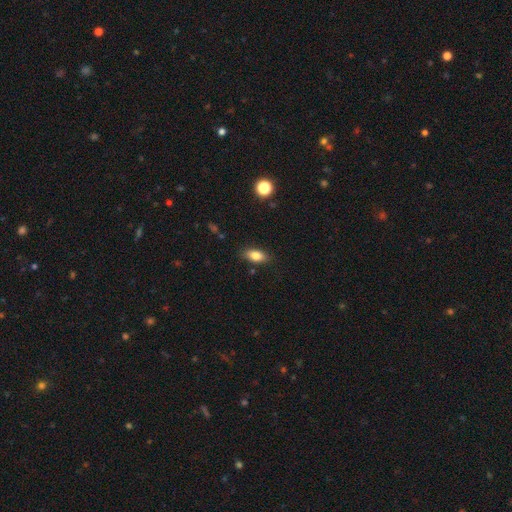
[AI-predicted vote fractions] Smooth or featured: smooth — 82% (featured or disk — 10%)
How rounded: in between — 85% (cigar-shaped — 9%)
Merging: none — 84% (minor disturbance — 12%)